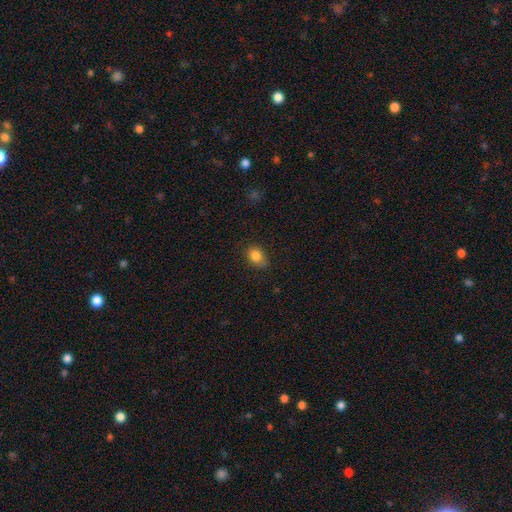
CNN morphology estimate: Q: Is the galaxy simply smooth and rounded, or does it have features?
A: smooth — 84%.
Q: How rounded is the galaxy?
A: in between — 69%.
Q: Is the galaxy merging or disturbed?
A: none — 70%.